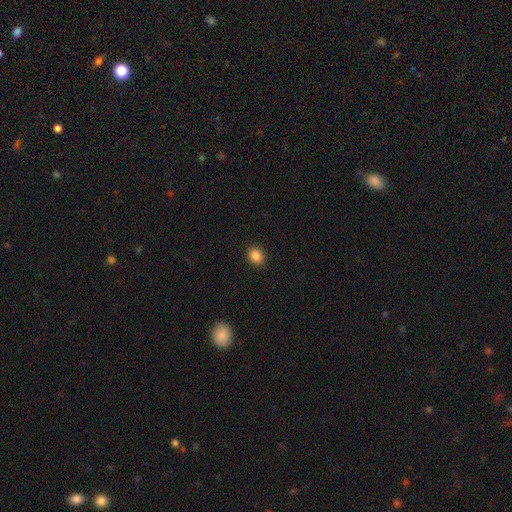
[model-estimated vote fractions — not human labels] The model was most divided on "how rounded": round: 72%, in between: 27%, cigar-shaped: 1%. More confident: merging — none (91%); smooth or featured — smooth (86%).